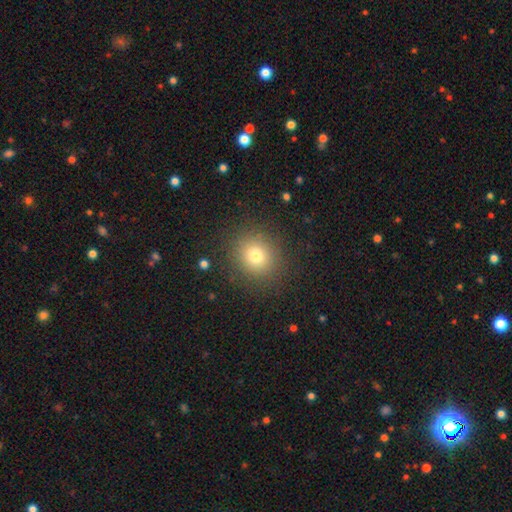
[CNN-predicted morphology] smooth 74%, star or artifact 16%, featured or disk 10%. Down the decision tree: how rounded — round (86%); merging — none (87%).